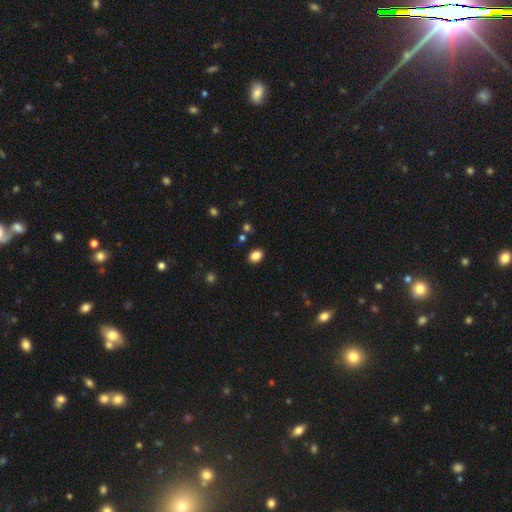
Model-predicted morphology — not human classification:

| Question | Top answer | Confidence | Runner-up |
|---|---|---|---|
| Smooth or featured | smooth | 85% | star or artifact (10%) |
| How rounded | in between | 70% | round (29%) |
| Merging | none | 88% | minor disturbance (8%) |